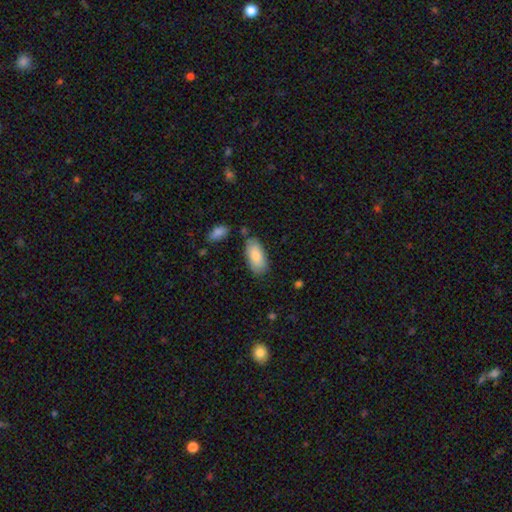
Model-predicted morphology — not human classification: A smooth galaxy with no disk features (82%) that is in between round and cigar-shaped (92%). Merging: none (77%).